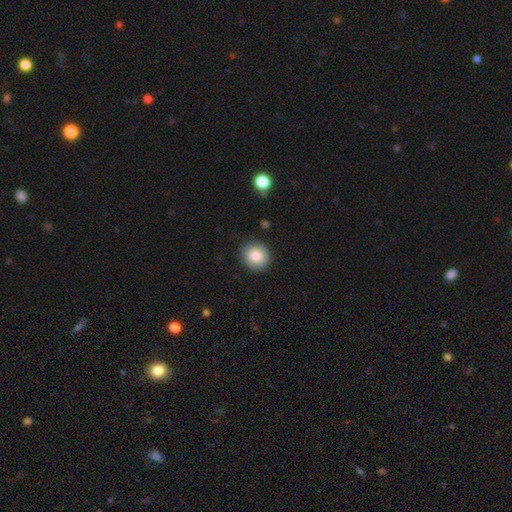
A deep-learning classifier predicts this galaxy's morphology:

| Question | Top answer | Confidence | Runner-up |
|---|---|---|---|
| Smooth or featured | smooth | 83% | featured or disk (9%) |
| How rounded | round | 81% | in between (18%) |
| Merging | none | 88% | minor disturbance (9%) |